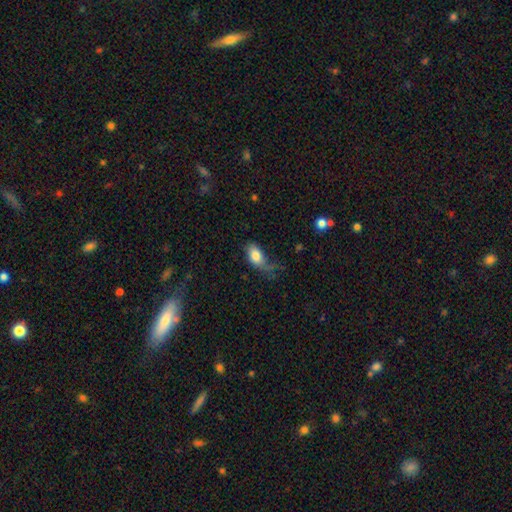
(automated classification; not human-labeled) Smooth or featured? smooth (78%)
How rounded? in between (89%)
Merging? none (34%)